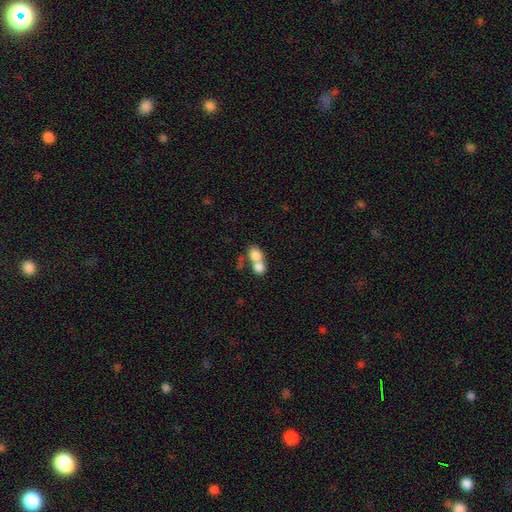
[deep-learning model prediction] Smooth or featured? Predicted: smooth (p=0.78). How rounded? Predicted: round (p=0.53). Merging? Predicted: merger (p=0.68).